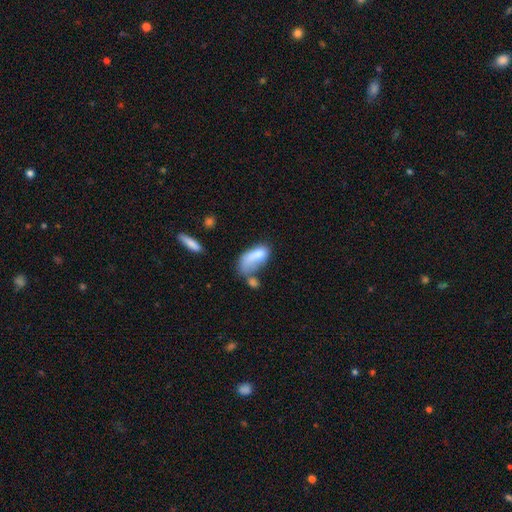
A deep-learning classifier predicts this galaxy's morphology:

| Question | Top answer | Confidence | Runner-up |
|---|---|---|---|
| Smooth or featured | smooth | 71% | featured or disk (21%) |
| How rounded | in between | 88% | cigar-shaped (7%) |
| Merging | major disturbance | 33% | merger (32%) |